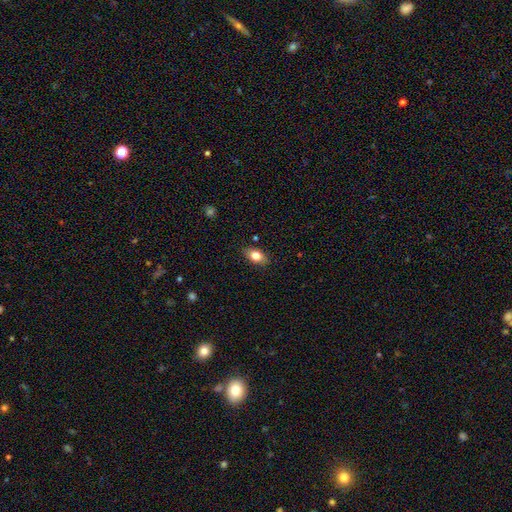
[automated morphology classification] smooth-or-featured: smooth: 80% | featured or disk: 12% | star or artifact: 8%
  how-rounded: in between: 86% | round: 11% | cigar-shaped: 3%
  merging: none: 85% | minor disturbance: 12% | major disturbance: 2% | merger: 1%